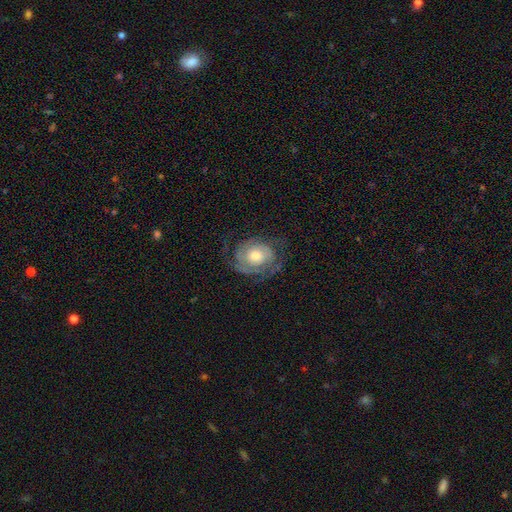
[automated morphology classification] smooth-or-featured: featured or disk: 74% | smooth: 20% | star or artifact: 6%
  disk-edge-on: no: 97% | yes: 3%
    bar: no: 78% | weak: 18% | strong: 4%
    has-spiral-arms: yes: 88% | no: 12%
      spiral-winding: tight: 58% | medium: 30% | loose: 12%
      spiral-arm-count: 2: 43% | can't tell: 28% | 3: 13% | 1: 8% | 4: 4% | more than 4: 3%
    bulge-size: moderate: 67% | small: 21% | large: 10% | dominant: 1% | none: 1%
  merging: none: 65% | minor disturbance: 19% | major disturbance: 15% | merger: 1%